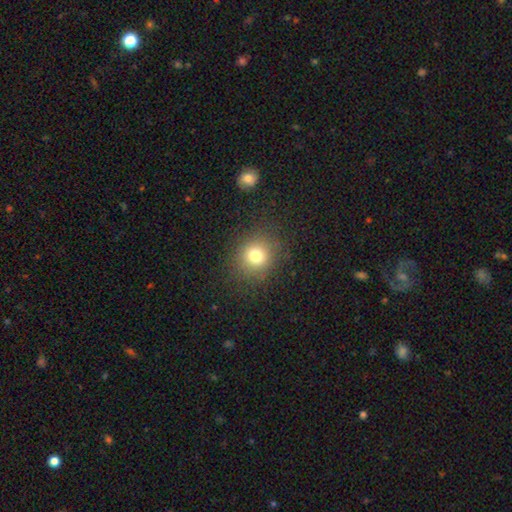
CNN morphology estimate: type=smooth (76%); roundness=round (82%); merging=none (85%).